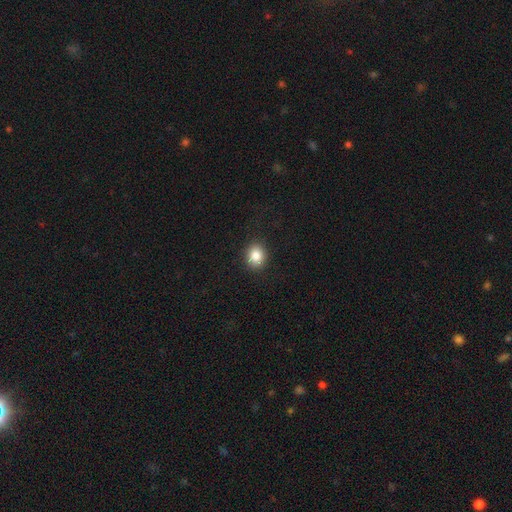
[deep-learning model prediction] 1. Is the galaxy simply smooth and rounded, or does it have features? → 85% smooth, 10% star or artifact, 6% featured or disk.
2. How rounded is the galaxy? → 60% round, 39% in between, 1% cigar-shaped.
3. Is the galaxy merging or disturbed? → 89% none, 8% minor disturbance, 2% major disturbance, 1% merger.